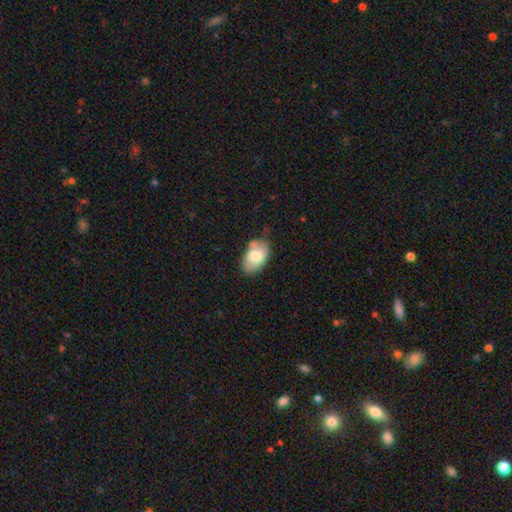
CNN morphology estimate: A smooth galaxy with no disk features (77%) that is in between round and cigar-shaped (92%).

Vote fractions:
- Smooth or featured? smooth: 77% / featured or disk: 17% / star or artifact: 7%
- How rounded? in between: 92% / round: 7% / cigar-shaped: 1%
- Merging? none: 63% / minor disturbance: 25% / merger: 7% / major disturbance: 5%